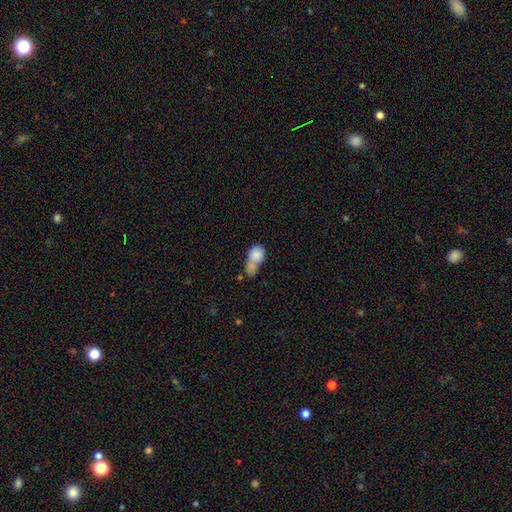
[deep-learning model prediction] smooth-or-featured: smooth: 79% | featured or disk: 13% | star or artifact: 8%
  how-rounded: in between: 54% | round: 42% | cigar-shaped: 4%
  merging: merger: 58% | none: 17% | minor disturbance: 13% | major disturbance: 13%